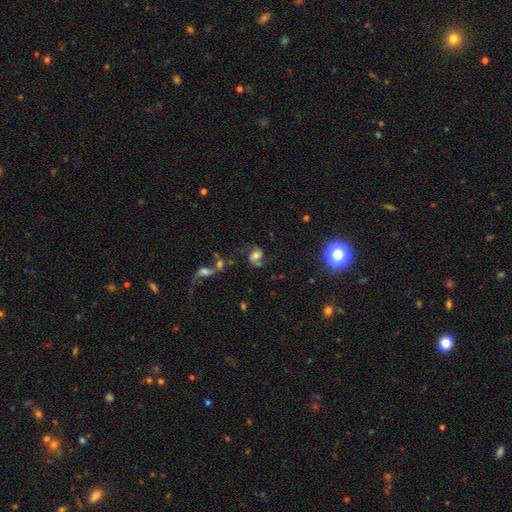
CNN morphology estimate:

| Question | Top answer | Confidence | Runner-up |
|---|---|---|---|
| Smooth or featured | featured or disk | 68% | smooth (20%) |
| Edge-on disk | no | 97% | yes (3%) |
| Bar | no | 54% | weak (34%) |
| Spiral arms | yes | 91% | no (9%) |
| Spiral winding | medium | 45% | loose (41%) |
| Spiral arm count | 2 | 85% | 1 (7%) |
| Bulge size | moderate | 59% | small (19%) |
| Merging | none | 57% | minor disturbance (17%) |